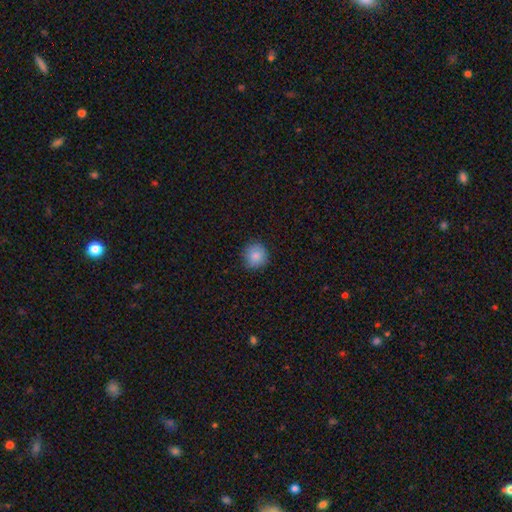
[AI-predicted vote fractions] Smooth or featured: smooth — 87% (star or artifact — 9%)
How rounded: round — 93% (in between — 6%)
Merging: none — 88% (minor disturbance — 9%)